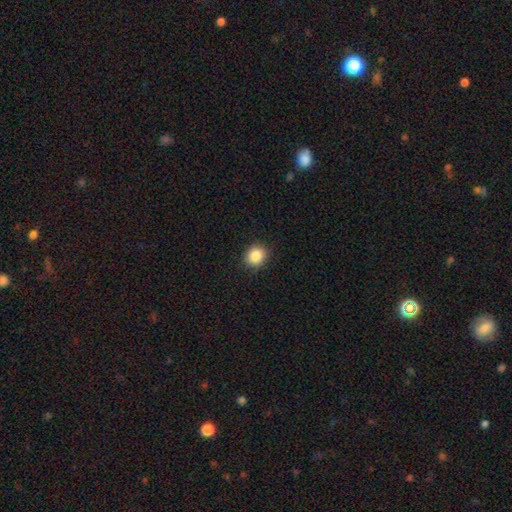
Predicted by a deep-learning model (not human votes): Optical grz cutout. It shows a smooth galaxy with no disk features (86%) that is round (70%). Merging: none (88%).